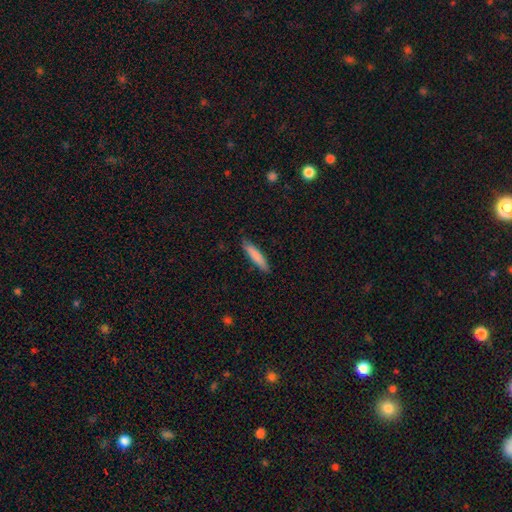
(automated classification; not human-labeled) Smooth or featured? Predicted: smooth (p=0.82). How rounded? Predicted: cigar-shaped (p=0.87). Merging? Predicted: none (p=0.84).